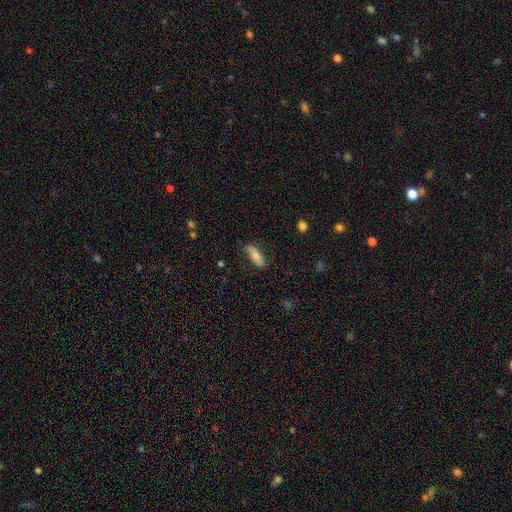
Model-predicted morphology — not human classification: A smooth galaxy with no disk features (63%) that is in between round and cigar-shaped (67%). Merging: none (79%).